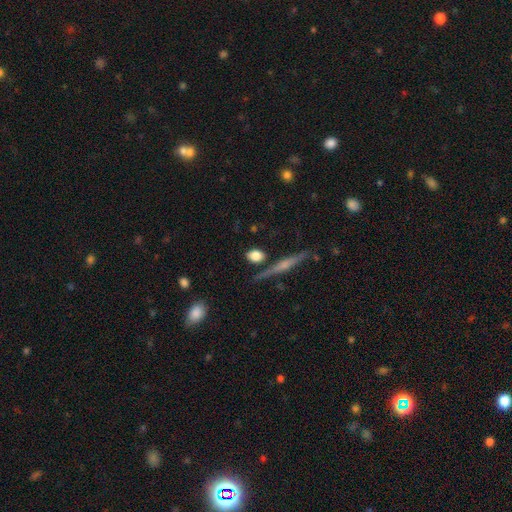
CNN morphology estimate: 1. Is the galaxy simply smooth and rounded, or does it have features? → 77% smooth, 14% featured or disk, 8% star or artifact.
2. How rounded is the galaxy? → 60% in between, 33% round, 7% cigar-shaped.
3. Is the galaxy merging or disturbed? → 73% none, 15% minor disturbance, 8% merger, 5% major disturbance.